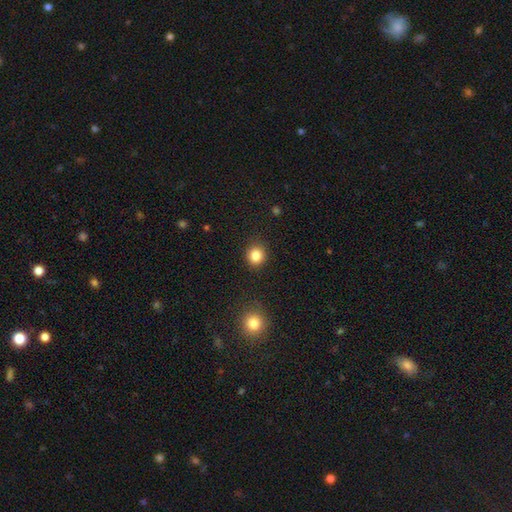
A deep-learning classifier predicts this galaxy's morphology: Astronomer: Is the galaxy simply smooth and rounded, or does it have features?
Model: smooth — 84%.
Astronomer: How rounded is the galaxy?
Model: round — 86%.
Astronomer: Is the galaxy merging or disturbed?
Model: none — 89%.